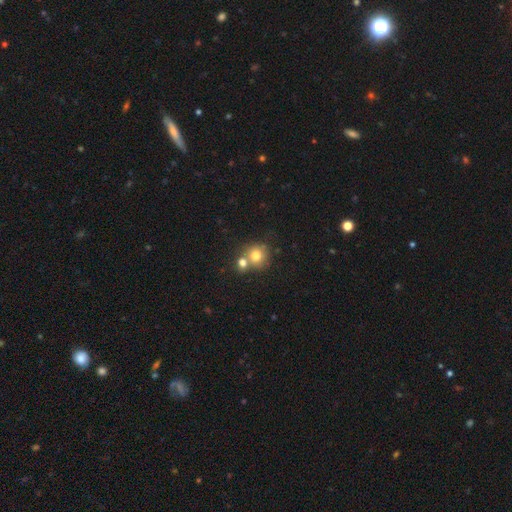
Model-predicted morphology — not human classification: Q: Smooth or featured?
A: smooth (77%); runner-up: featured or disk (12%)
Q: How rounded?
A: round (84%); runner-up: in between (15%)
Q: Merging?
A: none (45%); runner-up: merger (43%)